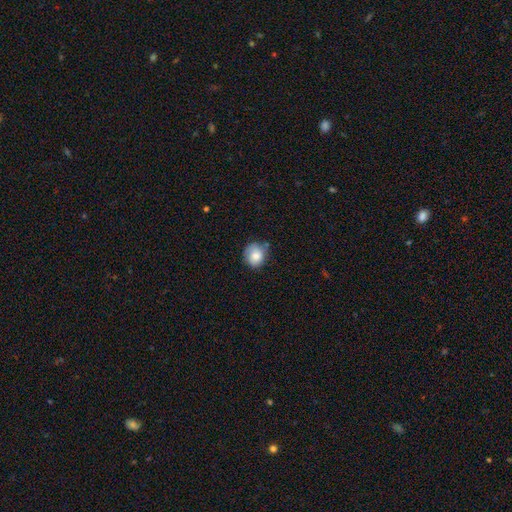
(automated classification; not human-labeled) Overall: smooth (80%). How rounded: round (74%). Merging: none (66%; minor disturbance 26%).